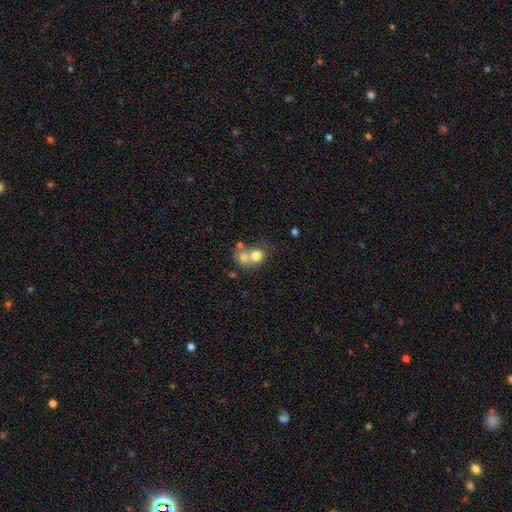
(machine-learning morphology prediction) Smooth or featured? Predicted: smooth (p=0.70). How rounded? Predicted: round (p=0.72). Merging? Predicted: merger (p=0.64).